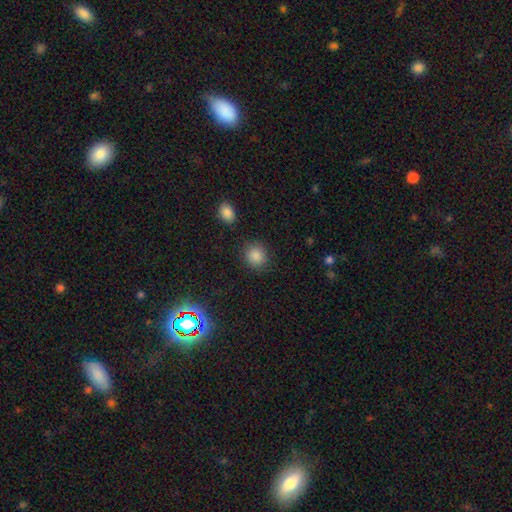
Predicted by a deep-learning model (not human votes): smooth 86%, star or artifact 10%, featured or disk 4%. Down the decision tree: how rounded — round (82%); merging — none (85%).